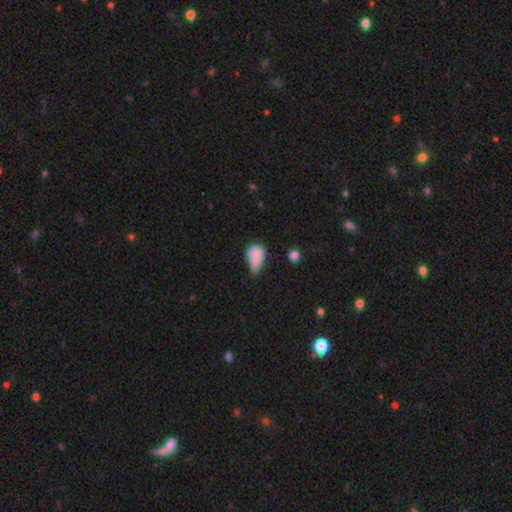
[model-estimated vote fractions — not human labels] smooth_or_featured: smooth (p=0.79) [alt: featured or disk p=0.11]
how_rounded: in between (p=0.79) [alt: round p=0.18]
merging: minor disturbance (p=0.46) [alt: major disturbance p=0.24]